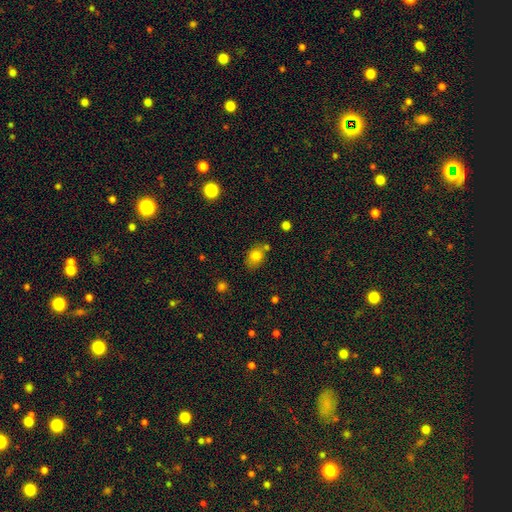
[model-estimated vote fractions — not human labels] Smooth or featured? smooth (78%)
How rounded? in between (67%)
Merging? none (64%)